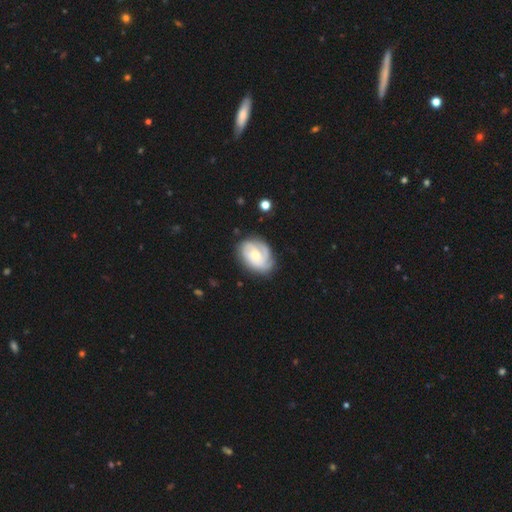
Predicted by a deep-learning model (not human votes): The model was most divided on "bulge size": small: 48%, moderate: 47%, large: 3%, none: 2%, dominant: 1%. Remaining: edge-on disk — no (97%); spiral arms — yes (93%); smooth or featured — featured or disk (75%); merging — none (70%); bar — no (66%); spiral winding — tight (63%); spiral arm count — can't tell (32%).